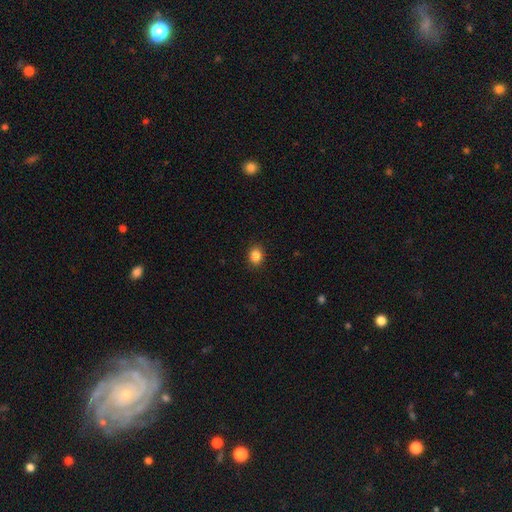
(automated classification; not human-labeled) Morphology: type=smooth (87%); roundness=round (54%); merging=none (90%).